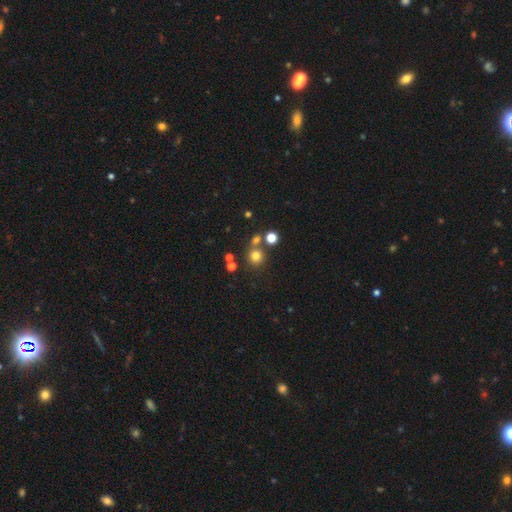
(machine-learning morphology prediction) type=smooth (75%); roundness=round (91%); merging=none (71%).